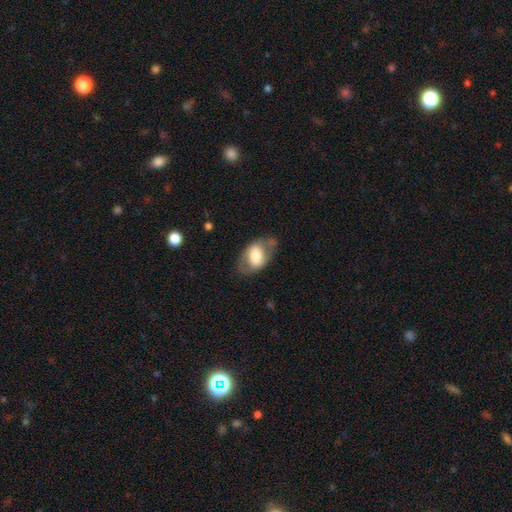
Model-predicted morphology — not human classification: smooth 57%, featured or disk 37%, star or artifact 6%. Down the decision tree: how rounded — in between (89%); merging — none (59%).